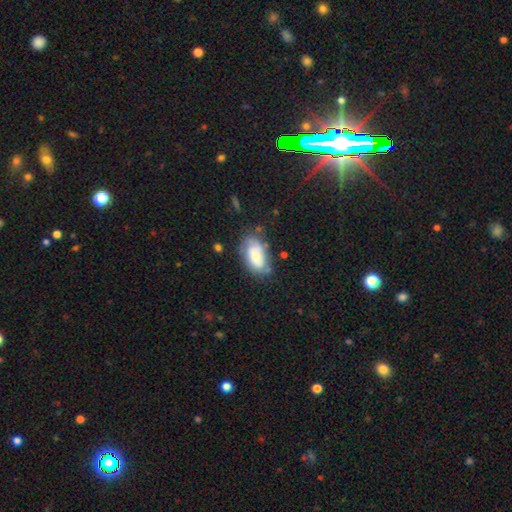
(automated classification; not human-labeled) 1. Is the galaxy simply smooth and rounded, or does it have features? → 63% smooth, 29% featured or disk, 8% star or artifact.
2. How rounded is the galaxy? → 93% in between, 5% round, 3% cigar-shaped.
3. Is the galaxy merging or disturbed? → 64% none, 23% minor disturbance, 9% major disturbance, 4% merger.